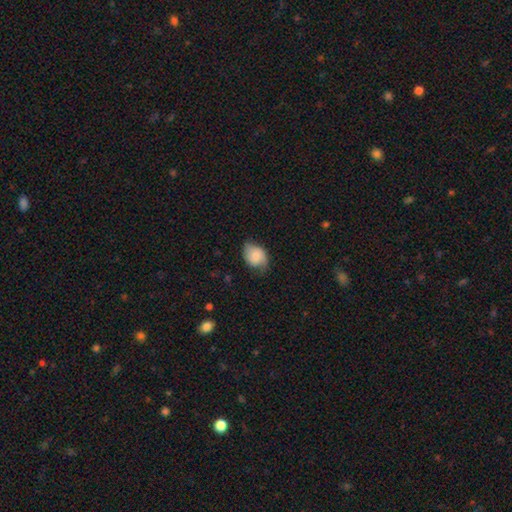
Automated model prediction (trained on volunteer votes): Overall: smooth (70%). How rounded: in between (66%; round 33%). Merging: none (60%; minor disturbance 31%).